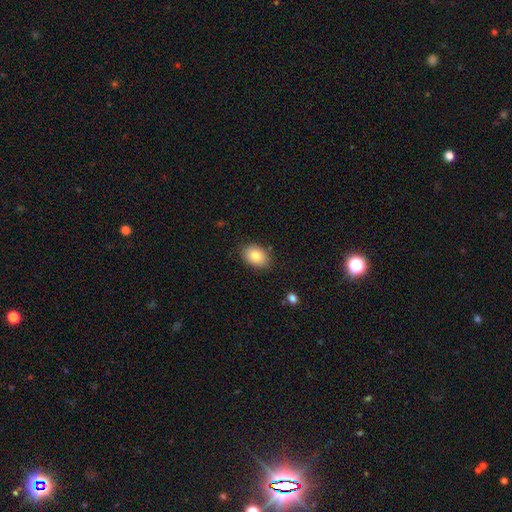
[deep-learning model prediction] Morphology: type=smooth (83%); roundness=in between (78%); merging=none (85%).